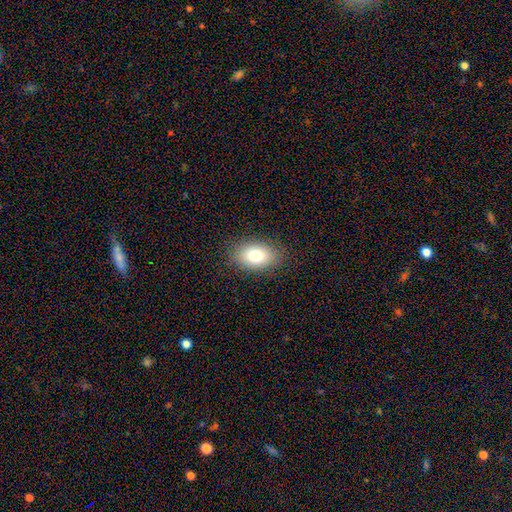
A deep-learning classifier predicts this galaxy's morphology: Overall: smooth (77%). How rounded: in between (86%). Merging: none (86%).